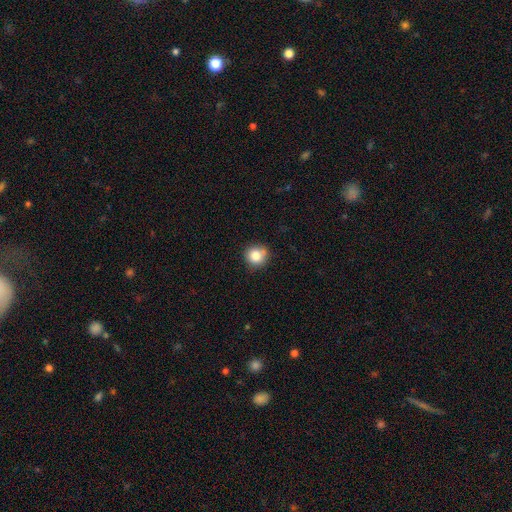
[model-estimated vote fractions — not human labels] Overall: smooth (81%). How rounded: round (90%). Merging: none (75%).